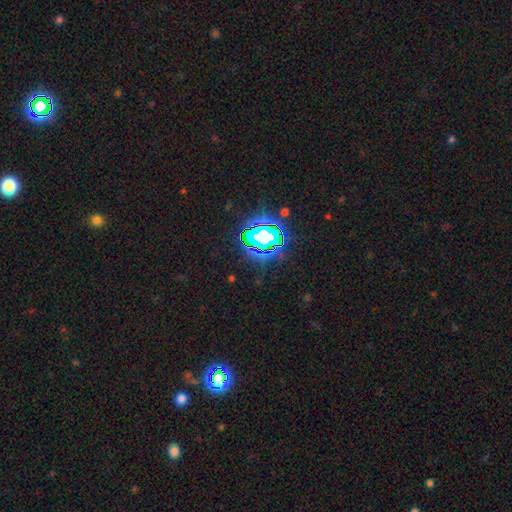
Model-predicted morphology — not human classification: star or artifact 80%, smooth 13%, featured or disk 7%.